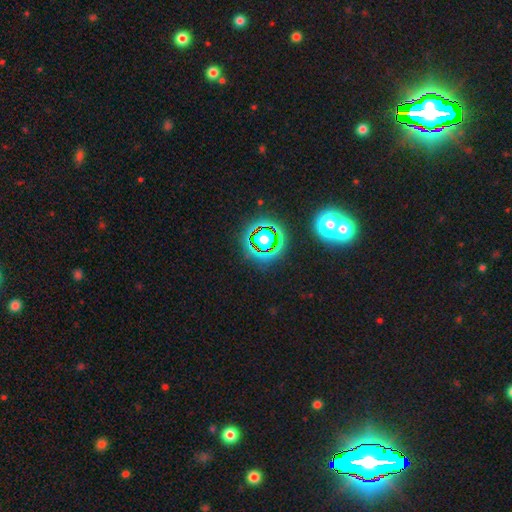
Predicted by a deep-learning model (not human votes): Overall: star or artifact (76%).